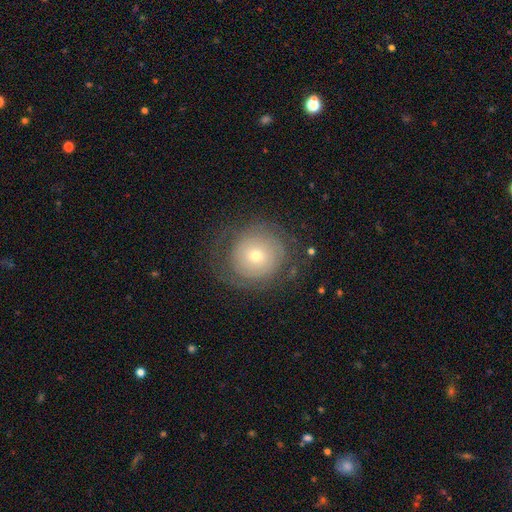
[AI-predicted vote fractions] smooth-or-featured: featured or disk: 58% | smooth: 32% | star or artifact: 10%
  disk-edge-on: no: 97% | yes: 3%
    bar: no: 84% | weak: 12% | strong: 3%
    has-spiral-arms: yes: 74% | no: 26%
    bulge-size: small: 58% | moderate: 37% | large: 3% | dominant: 1% | none: 1%
  merging: none: 73% | minor disturbance: 15% | major disturbance: 11% | merger: 1%